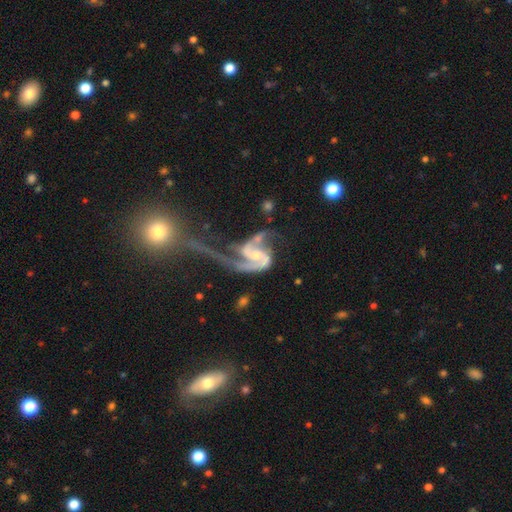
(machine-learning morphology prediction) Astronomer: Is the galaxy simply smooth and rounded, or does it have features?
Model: featured or disk — 90%.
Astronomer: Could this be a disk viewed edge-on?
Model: no — 98%.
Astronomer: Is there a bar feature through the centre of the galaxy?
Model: weak — 42% (runner-up: no, 41%).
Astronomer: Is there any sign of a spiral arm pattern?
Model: yes — 97%.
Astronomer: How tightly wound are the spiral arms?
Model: medium — 44%, tied with loose at 44%.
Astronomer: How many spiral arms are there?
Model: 2 — 82%.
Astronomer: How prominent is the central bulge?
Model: small — 49% (runner-up: moderate, 39%).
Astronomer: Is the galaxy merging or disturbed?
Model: major disturbance — 44% (runner-up: none, 22%).